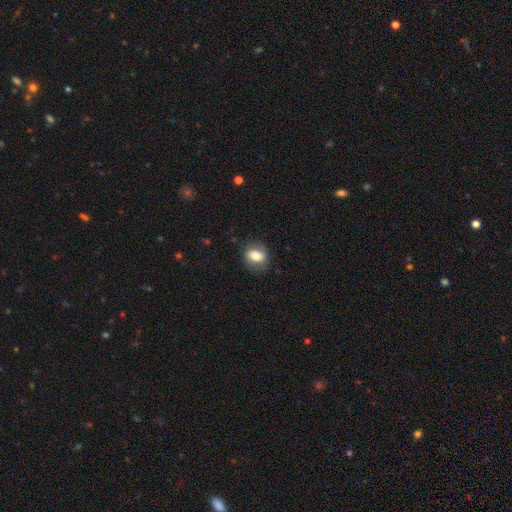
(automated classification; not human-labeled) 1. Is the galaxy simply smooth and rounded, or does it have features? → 73% smooth, 19% featured or disk, 8% star or artifact.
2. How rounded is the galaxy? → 56% in between, 42% round, 2% cigar-shaped.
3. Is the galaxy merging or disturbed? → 81% none, 14% minor disturbance, 5% major disturbance, 1% merger.